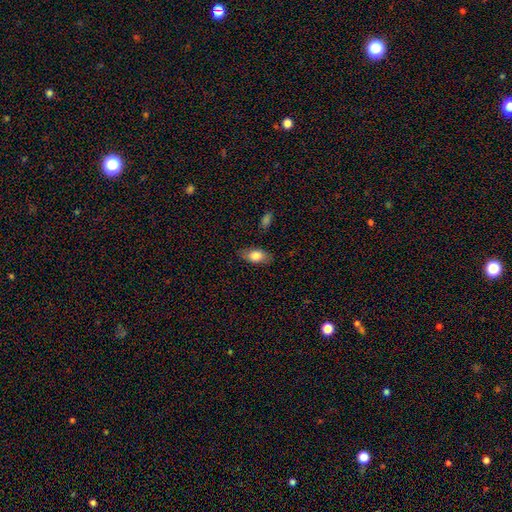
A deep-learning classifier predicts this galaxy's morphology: type=smooth (80%); roundness=in between (87%); merging=none (80%).